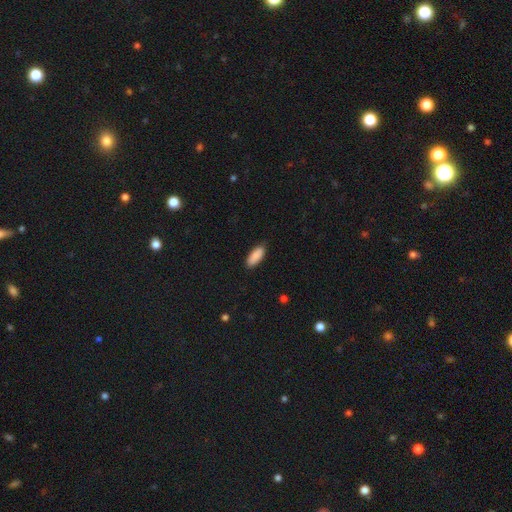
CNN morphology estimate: Smooth or featured? smooth (89%)
How rounded? in between (75%)
Merging? none (85%)